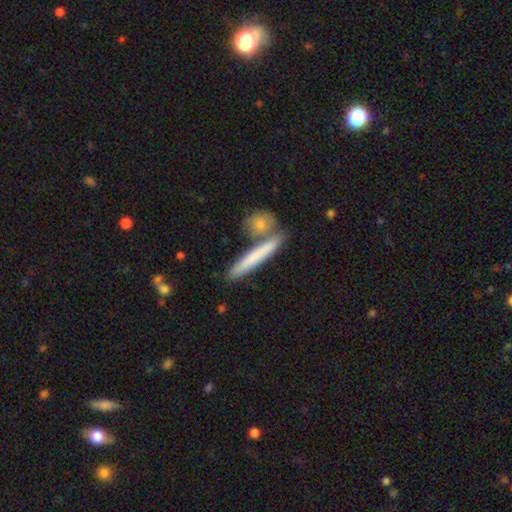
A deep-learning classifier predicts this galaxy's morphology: Q: Smooth or featured?
A: smooth (68%); runner-up: featured or disk (26%)
Q: How rounded?
A: cigar-shaped (93%); runner-up: in between (5%)
Q: Merging?
A: none (75%); runner-up: merger (13%)